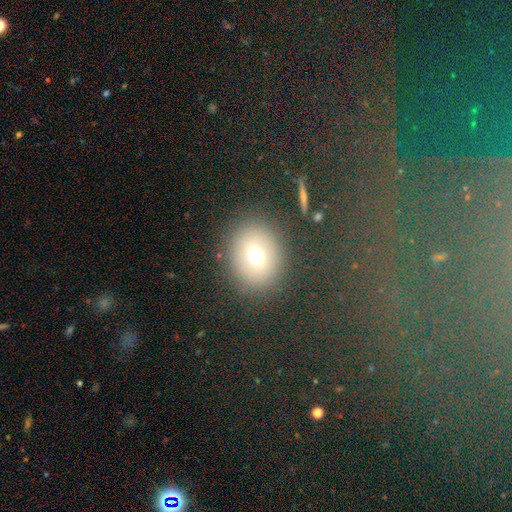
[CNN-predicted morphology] Smooth or featured: smooth — 66% (featured or disk — 18%)
How rounded: round — 62% (in between — 37%)
Merging: none — 85% (minor disturbance — 8%)